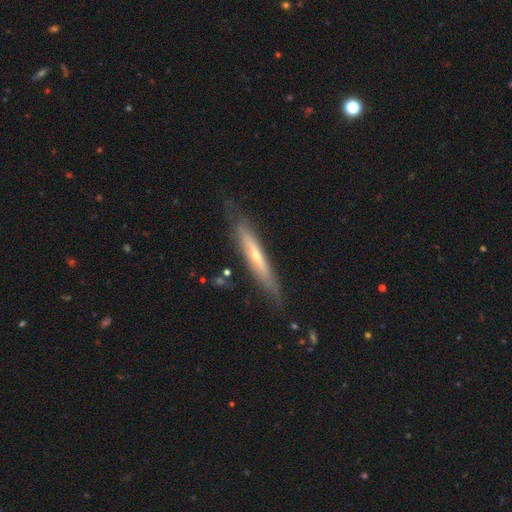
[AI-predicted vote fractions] smooth_or_featured: featured or disk (p=0.64) [alt: smooth p=0.30]
disk_edge_on: yes (p=0.80) [alt: no p=0.20]
edge_on_bulge: rounded (p=0.68) [alt: none p=0.29]
merging: none (p=0.75) [alt: minor disturbance p=0.18]